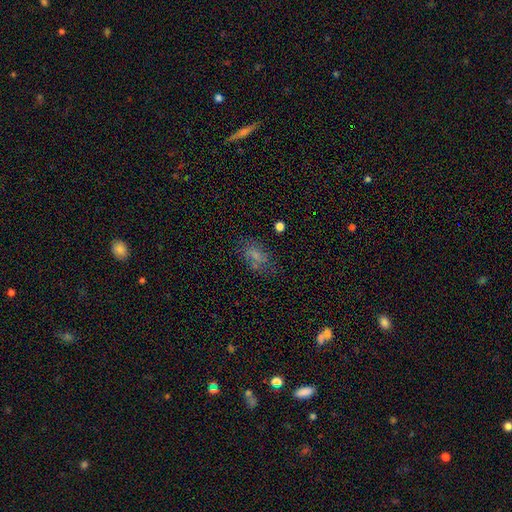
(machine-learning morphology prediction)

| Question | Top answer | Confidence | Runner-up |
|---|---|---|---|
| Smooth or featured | smooth | 57% | featured or disk (24%) |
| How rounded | in between | 85% | round (11%) |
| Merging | none | 63% | minor disturbance (21%) |